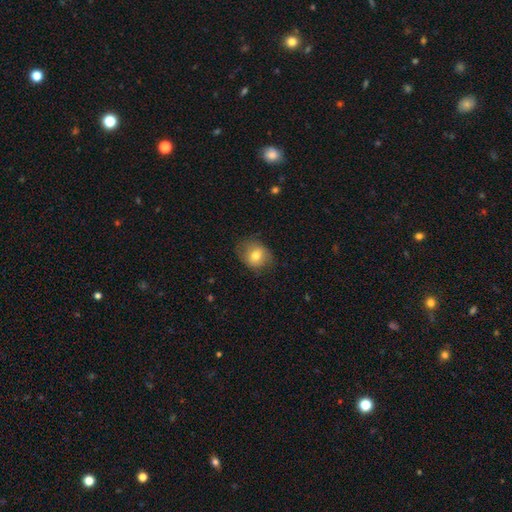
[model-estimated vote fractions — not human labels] Smooth or featured? smooth (72%)
How rounded? round (55%)
Merging? none (69%)